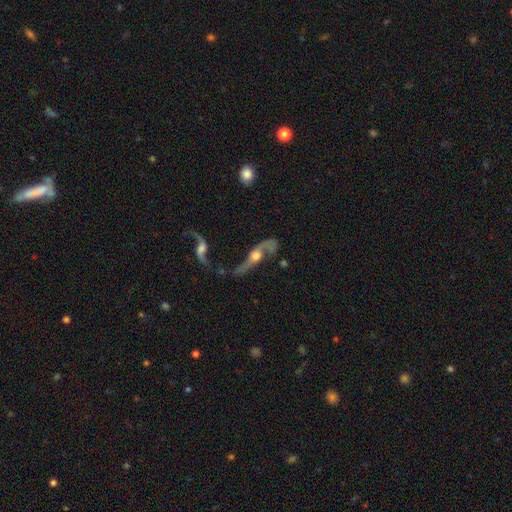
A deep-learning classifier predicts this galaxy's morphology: Q: Smooth or featured?
A: featured or disk (81%); runner-up: smooth (12%)
Q: Edge-on disk?
A: no (71%); runner-up: yes (29%)
Q: Bar?
A: no (69%); runner-up: weak (23%)
Q: Spiral arms?
A: yes (85%); runner-up: no (15%)
Q: Bulge size?
A: moderate (58%); runner-up: large (21%)
Q: Merging?
A: none (35%); runner-up: major disturbance (26%)